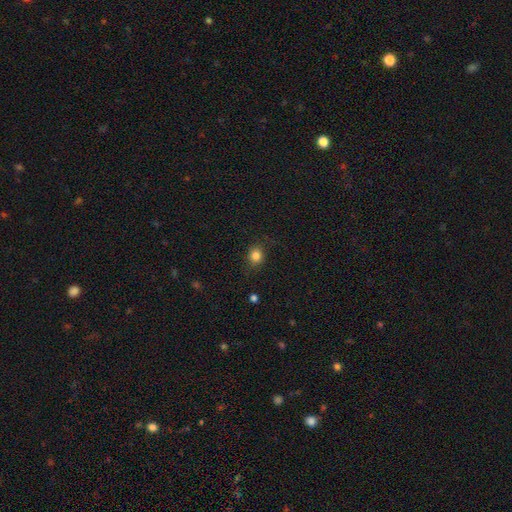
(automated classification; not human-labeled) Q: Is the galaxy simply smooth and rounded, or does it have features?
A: smooth — 83%.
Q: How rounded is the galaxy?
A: round — 70%.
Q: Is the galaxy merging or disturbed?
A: none — 83%.